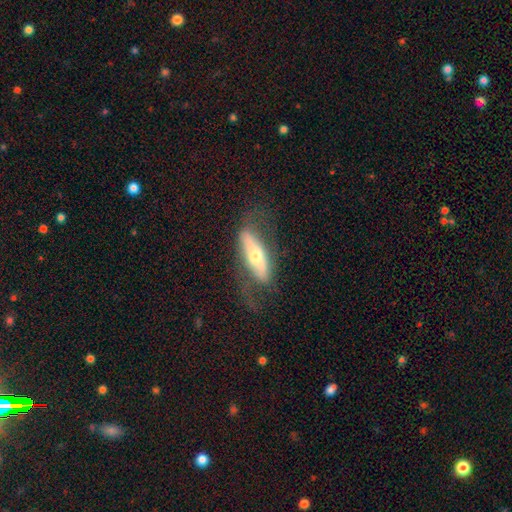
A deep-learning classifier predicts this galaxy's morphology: smooth-or-featured: featured or disk: 63% | smooth: 31% | star or artifact: 6%
  disk-edge-on: no: 61% | yes: 39%
  merging: none: 60% | minor disturbance: 20% | major disturbance: 18% | merger: 2%